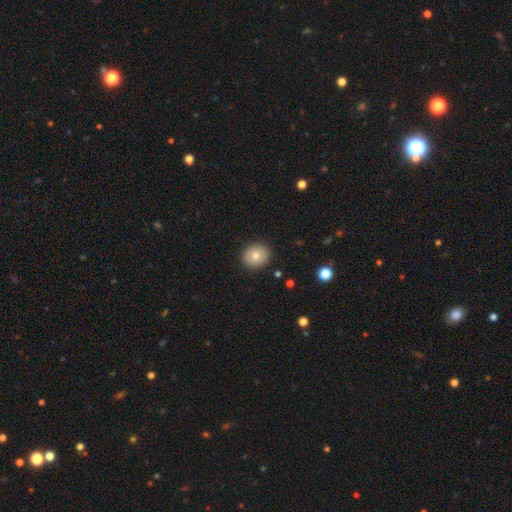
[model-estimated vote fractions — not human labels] The model was most divided on "how rounded": round: 76%, in between: 23%, cigar-shaped: 1%. More confident: merging — none (90%); smooth or featured — smooth (79%).